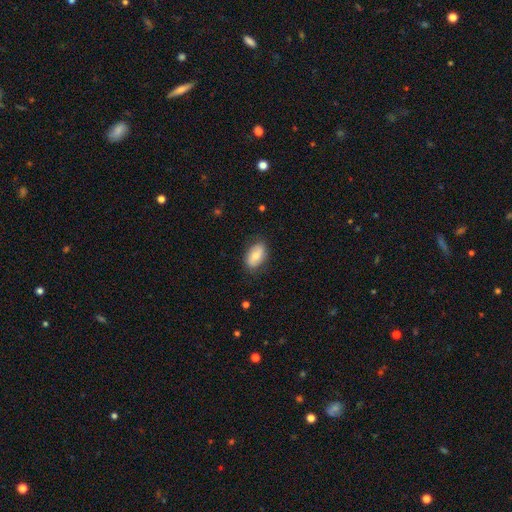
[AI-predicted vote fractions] smooth-or-featured: smooth: 74% | featured or disk: 20% | star or artifact: 7%
  how-rounded: in between: 92% | round: 6% | cigar-shaped: 3%
  merging: none: 80% | minor disturbance: 16% | major disturbance: 3% | merger: 1%